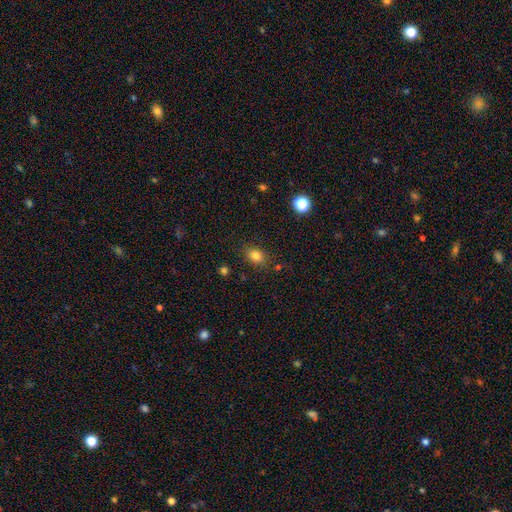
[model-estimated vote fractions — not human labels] Smooth or featured? Predicted: smooth (p=0.81). How rounded? Predicted: in between (p=0.65). Merging? Predicted: none (p=0.81).